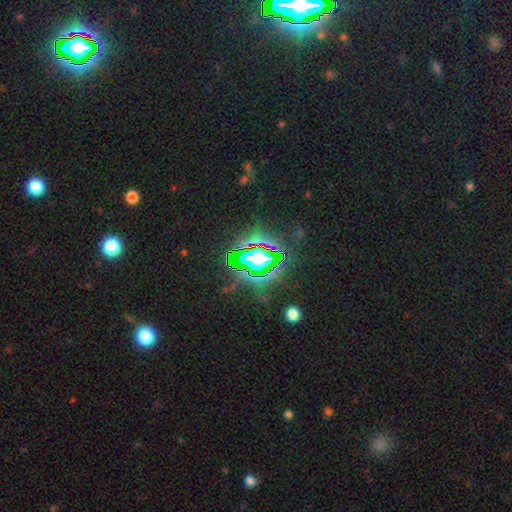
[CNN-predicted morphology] This appears to be a star or artifact, not a galaxy (82%).